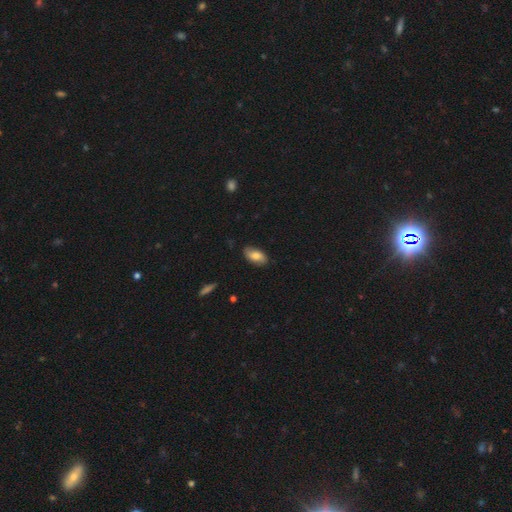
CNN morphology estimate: This appears to be a smooth galaxy with no disk features (71%) that is in between round and cigar-shaped (93%). Merging: none (81%).